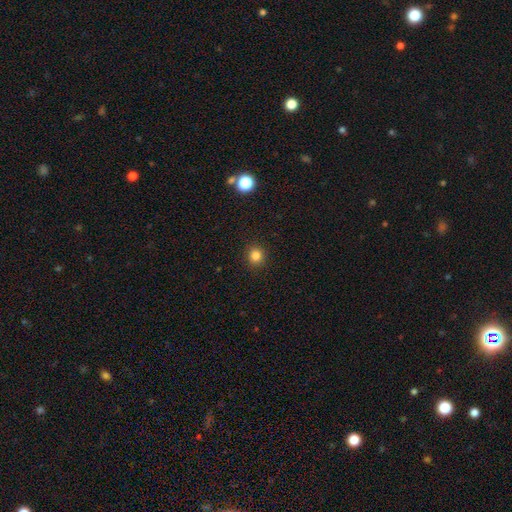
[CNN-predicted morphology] Overall: smooth (83%). How rounded: round (91%). Merging: none (92%).